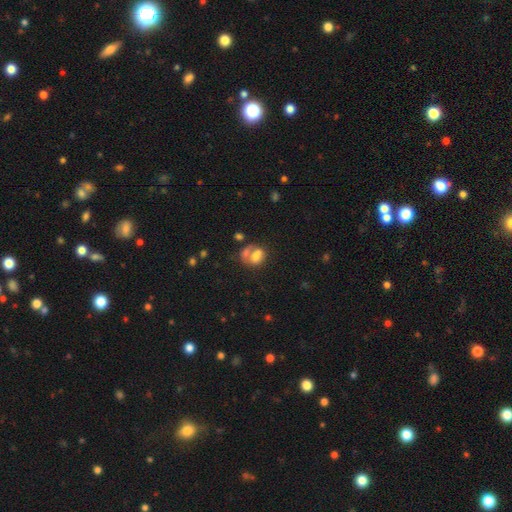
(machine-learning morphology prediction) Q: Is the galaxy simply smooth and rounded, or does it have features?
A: smooth — 61%.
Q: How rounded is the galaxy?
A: in between — 58%.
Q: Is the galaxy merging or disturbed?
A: merger — 50%.